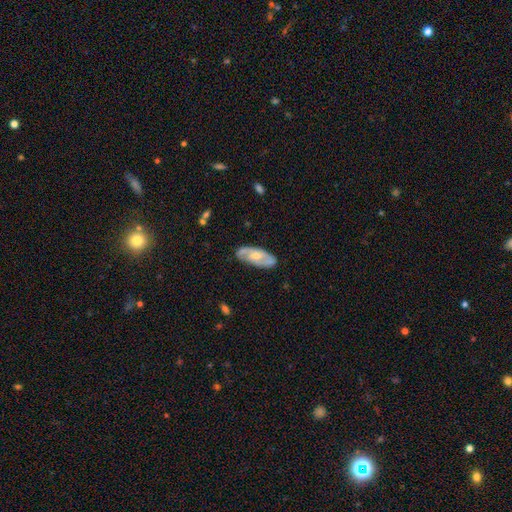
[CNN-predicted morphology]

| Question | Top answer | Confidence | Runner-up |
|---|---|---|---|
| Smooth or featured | featured or disk | 65% | smooth (30%) |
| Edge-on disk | no | 89% | yes (11%) |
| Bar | no | 44% | weak (42%) |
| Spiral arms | yes | 78% | no (22%) |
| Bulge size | moderate | 52% | small (41%) |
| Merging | none | 80% | minor disturbance (15%) |